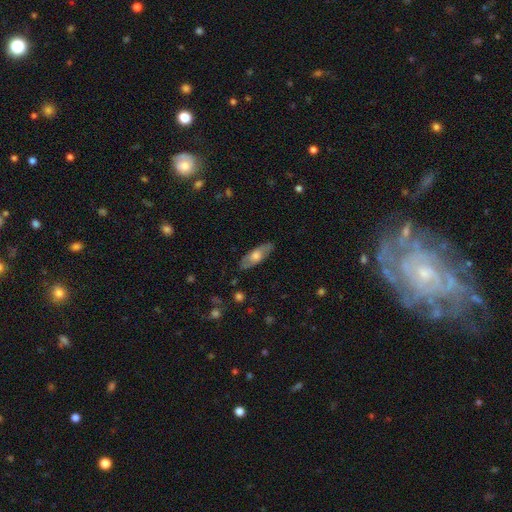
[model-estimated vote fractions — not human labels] Morphology: type=smooth (52%); roundness=in between (65%); merging=none (83%).